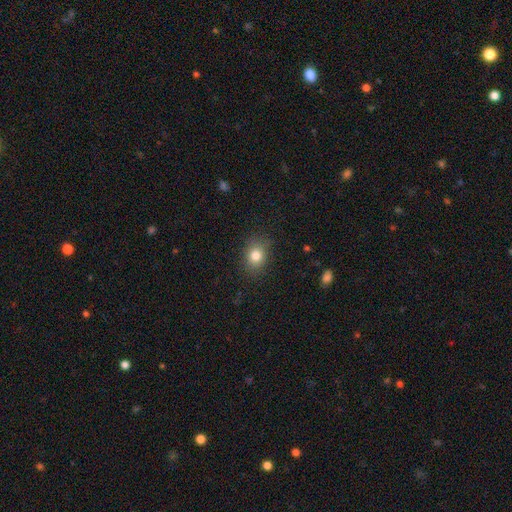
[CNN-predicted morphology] This appears to be a smooth galaxy with no disk features (81%) that is round (51%). Merging: none (84%).